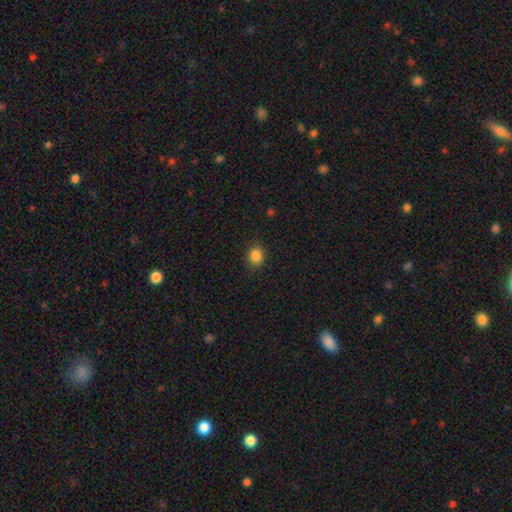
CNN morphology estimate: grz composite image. It shows a smooth galaxy with no disk features (86%) that is round (82%). Merging: none (88%).